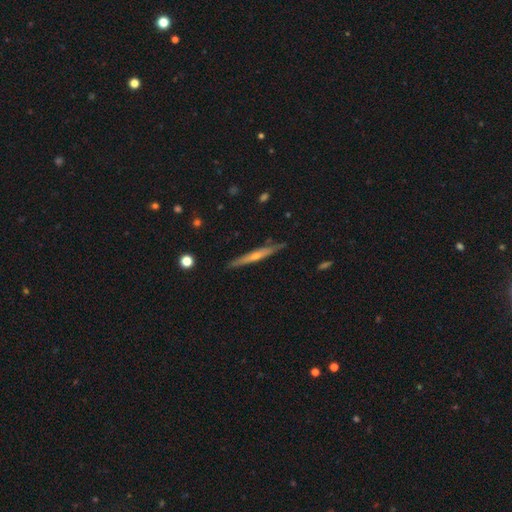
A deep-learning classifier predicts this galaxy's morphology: Smooth or featured? featured or disk (64%)
Edge-on disk? yes (95%)
Edge-on bulge? rounded (66%)
Merging? none (86%)